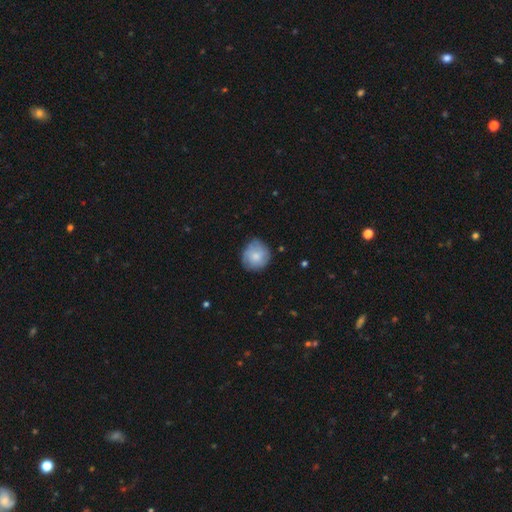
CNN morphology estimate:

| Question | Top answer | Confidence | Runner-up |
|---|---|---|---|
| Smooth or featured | smooth | 73% | featured or disk (21%) |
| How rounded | round | 90% | in between (9%) |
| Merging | none | 75% | minor disturbance (20%) |